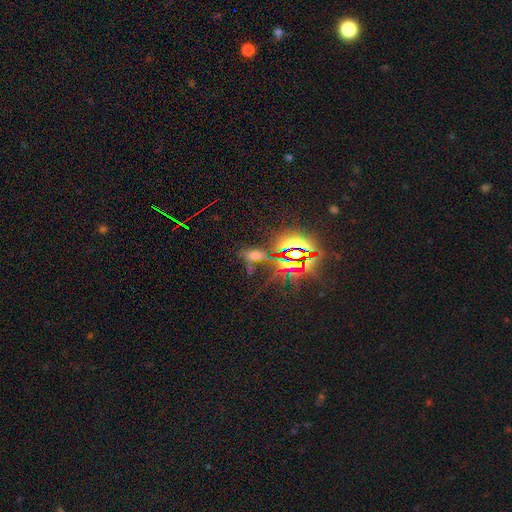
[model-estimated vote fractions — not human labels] The model was most divided on "smooth or featured": star or artifact: 52%, smooth: 37%, featured or disk: 12%.